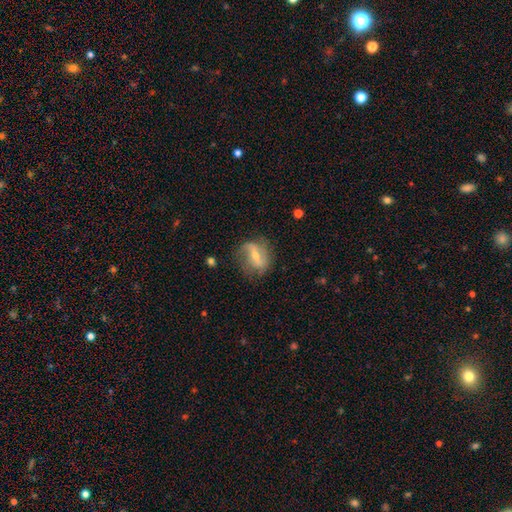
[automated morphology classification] featured or disk 75%, smooth 18%, star or artifact 8%. Down the decision tree: edge-on disk — no (94%); bar — strong (40%); spiral arms — yes (87%); spiral arm count — 2 (76%); spiral winding — loose (51%); bulge size — small (48%); merging — none (68%).